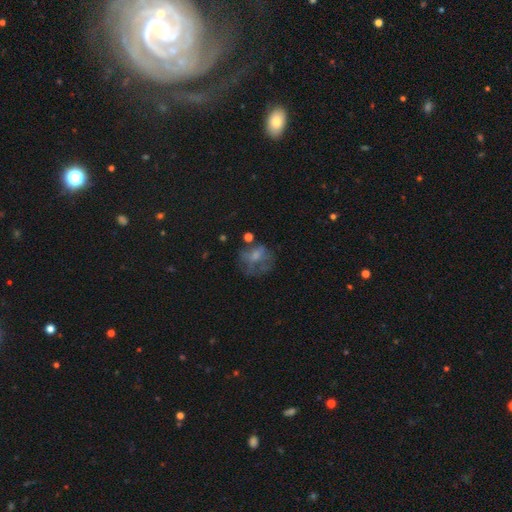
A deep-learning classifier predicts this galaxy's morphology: Overall: smooth (44%; featured or disk 41%). Merging: none (41%; major disturbance 32%).